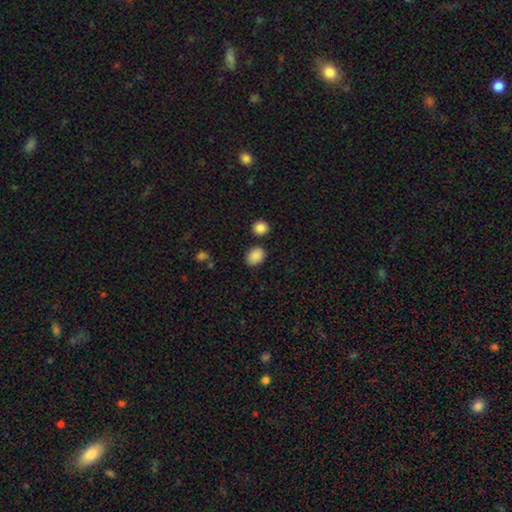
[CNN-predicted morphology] Q: Smooth or featured?
A: smooth (88%); runner-up: star or artifact (9%)
Q: How rounded?
A: in between (67%); runner-up: round (32%)
Q: Merging?
A: none (81%); runner-up: minor disturbance (11%)